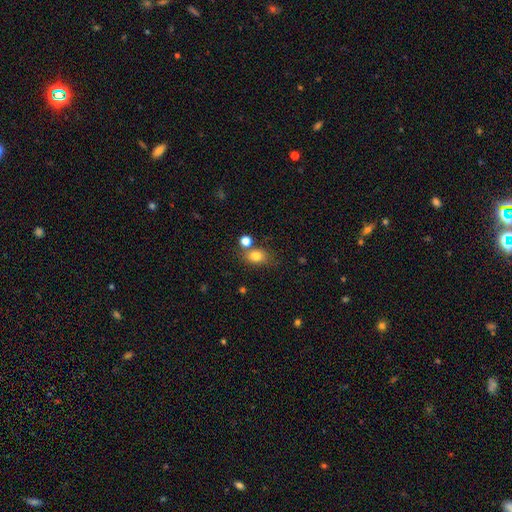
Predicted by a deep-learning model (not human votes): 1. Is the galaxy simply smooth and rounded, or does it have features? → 80% smooth, 11% star or artifact, 9% featured or disk.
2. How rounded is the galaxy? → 63% in between, 35% round, 2% cigar-shaped.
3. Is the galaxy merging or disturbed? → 62% none, 18% merger, 15% minor disturbance, 5% major disturbance.